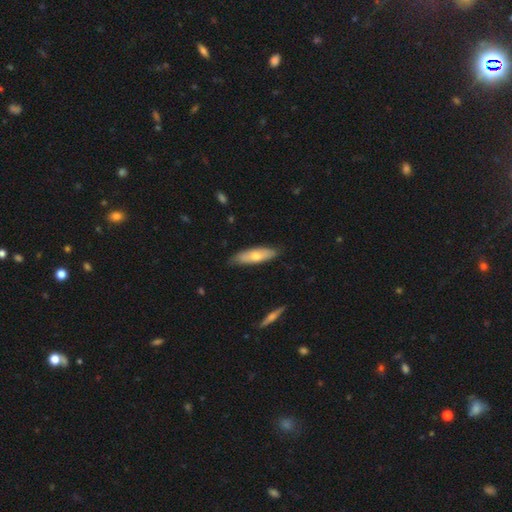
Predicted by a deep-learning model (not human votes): Smooth or featured: smooth — 59% (featured or disk — 35%)
How rounded: cigar-shaped — 53% (in between — 45%)
Merging: none — 82% (minor disturbance — 15%)